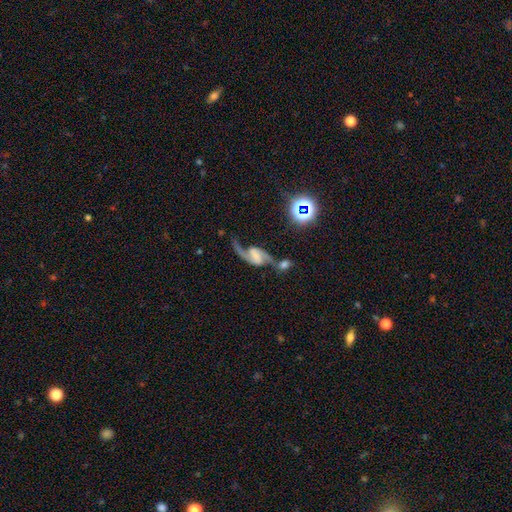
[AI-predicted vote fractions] Smooth or featured?
  - featured or disk: 85% *
  - star or artifact: 8%
  - smooth: 7%
Edge-on disk?
  - no: 97% *
  - yes: 3%
Bar?
  - weak: 38% *
  - strong: 37%
  - no: 25%
Spiral arms?
  - yes: 96% *
  - no: 4%
Spiral winding?
  - loose: 69% *
  - medium: 25%
  - tight: 6%
Spiral arm count?
  - 2: 93% *
  - 1: 3%
  - can't tell: 2%
  - 3: 1%
  - 4: 1%
  - more than 4: 1%
Bulge size?
  - none: 55% *
  - small: 19%
  - moderate: 14%
  - large: 9%
  - dominant: 3%
Merging?
  - none: 52% *
  - merger: 19%
  - minor disturbance: 17%
  - major disturbance: 13%